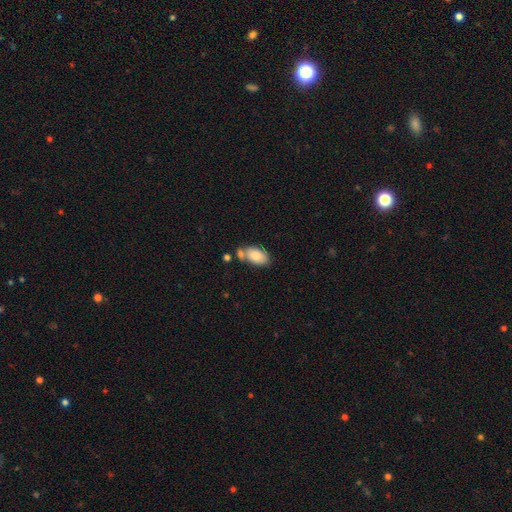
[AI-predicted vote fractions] Morphology: type=smooth (80%); roundness=in between (92%); merging=none (52%).